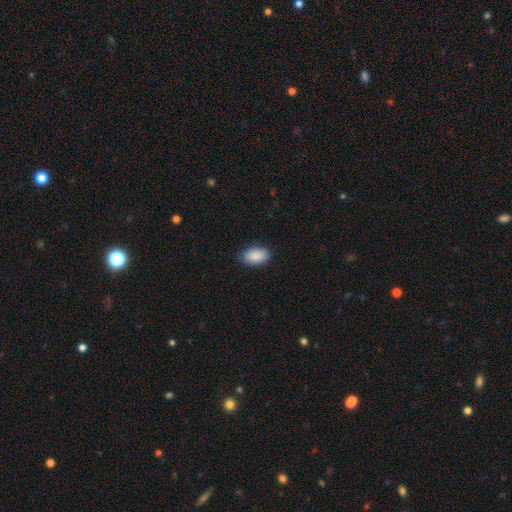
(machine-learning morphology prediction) Q: Smooth or featured?
A: smooth (89%); runner-up: star or artifact (6%)
Q: How rounded?
A: in between (93%); runner-up: round (6%)
Q: Merging?
A: none (84%); runner-up: minor disturbance (13%)